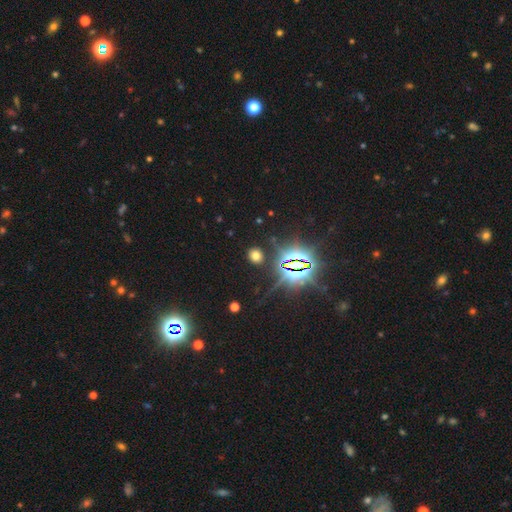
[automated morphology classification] Overall: smooth (57%; star or artifact 35%). How rounded: round (70%). Merging: none (88%).